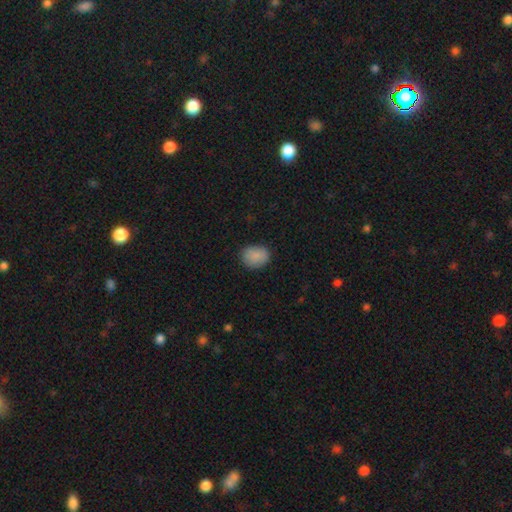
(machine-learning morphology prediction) Smooth or featured?
  - smooth: 87% *
  - star or artifact: 8%
  - featured or disk: 5%
How rounded?
  - in between: 53% *
  - round: 46%
  - cigar-shaped: 1%
Merging?
  - none: 82% *
  - minor disturbance: 14%
  - major disturbance: 3%
  - merger: 1%